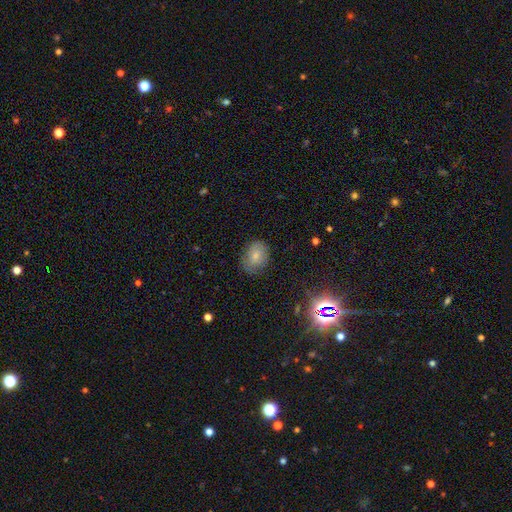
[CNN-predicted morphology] Smooth or featured? Predicted: smooth (p=0.70). How rounded? Predicted: in between (p=0.61). Merging? Predicted: none (p=0.74).